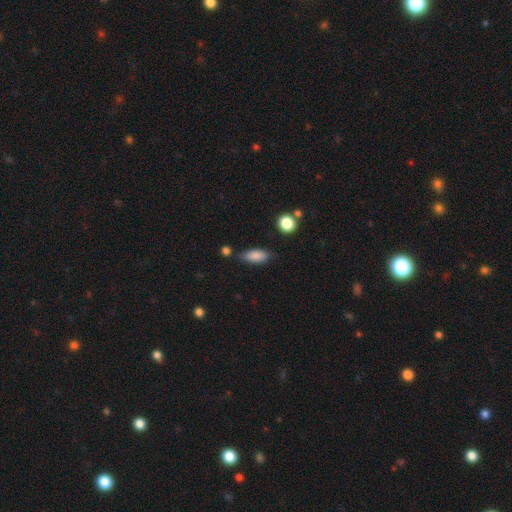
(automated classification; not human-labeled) smooth_or_featured: smooth (p=0.86) [alt: star or artifact p=0.08]
how_rounded: in between (p=0.81) [alt: cigar-shaped p=0.15]
merging: none (p=0.72) [alt: minor disturbance p=0.19]